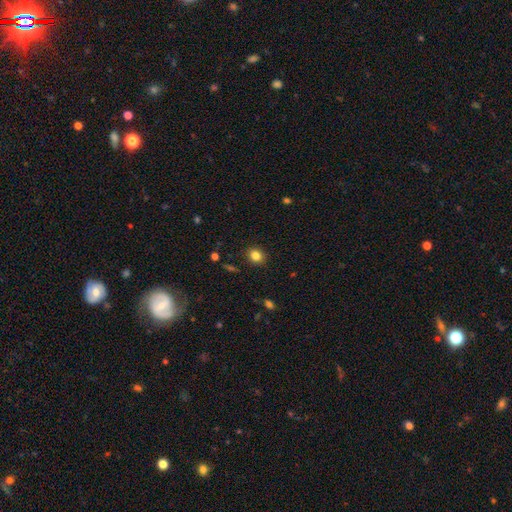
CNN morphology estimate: Smooth or featured?
  - smooth: 83% *
  - star or artifact: 11%
  - featured or disk: 6%
How rounded?
  - round: 63% *
  - in between: 36%
  - cigar-shaped: 1%
Merging?
  - none: 89% *
  - minor disturbance: 7%
  - major disturbance: 2%
  - merger: 1%